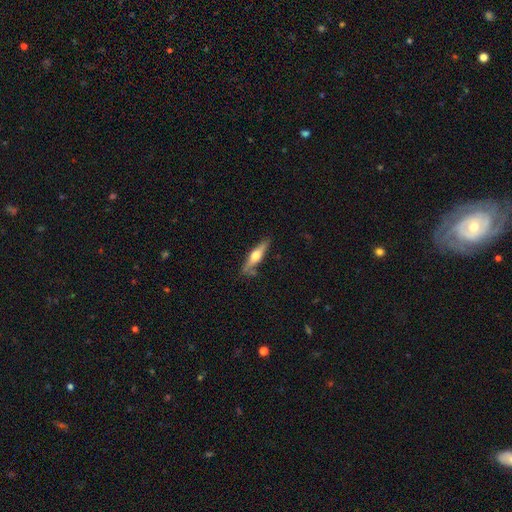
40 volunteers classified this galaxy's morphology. Smooth or featured? 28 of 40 (70%) said featured or disk. Edge-on disk? 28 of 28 (100%) said yes. Edge-on bulge? 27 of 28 (96%) said rounded. Merging? 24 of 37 (65%) said none.